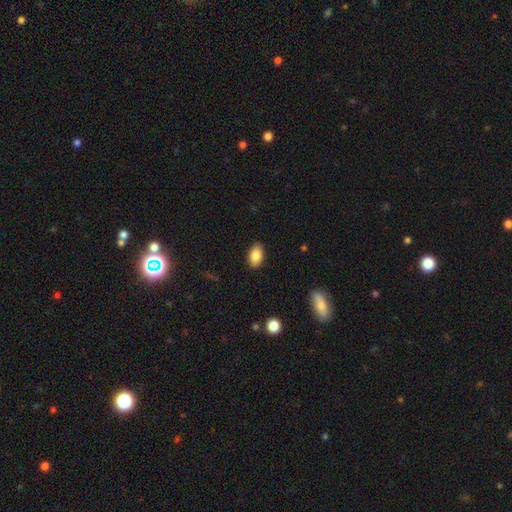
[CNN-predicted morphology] Smooth or featured? smooth (86%)
How rounded? in between (91%)
Merging? none (88%)